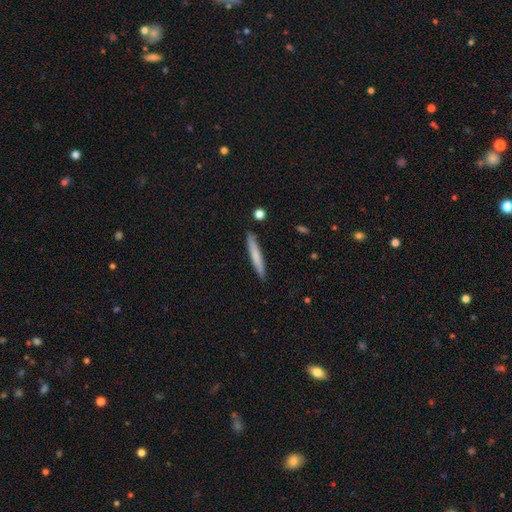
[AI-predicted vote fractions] smooth_or_featured: smooth (p=0.71) [alt: featured or disk p=0.23]
how_rounded: cigar-shaped (p=0.95) [alt: in between p=0.04]
merging: none (p=0.89) [alt: minor disturbance p=0.08]